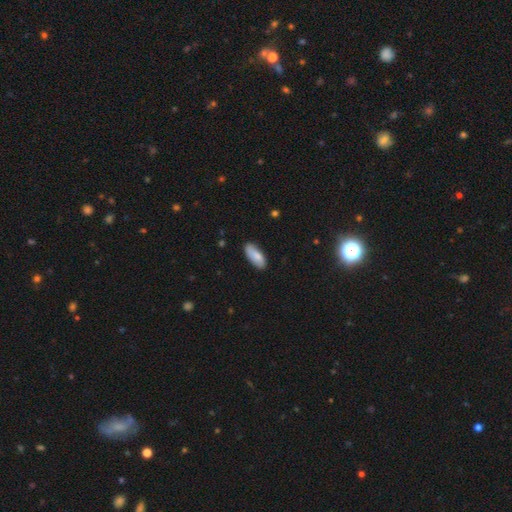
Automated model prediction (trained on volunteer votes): This appears to be a smooth galaxy with no disk features (81%) that is in between round and cigar-shaped (80%). Merging: none (83%).